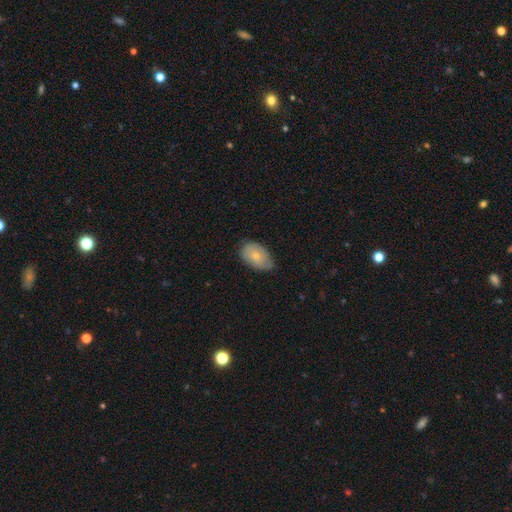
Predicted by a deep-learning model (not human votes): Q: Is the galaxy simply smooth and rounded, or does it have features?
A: smooth — 74%.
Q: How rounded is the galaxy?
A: in between — 90%.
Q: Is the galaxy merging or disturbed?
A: none — 62%.